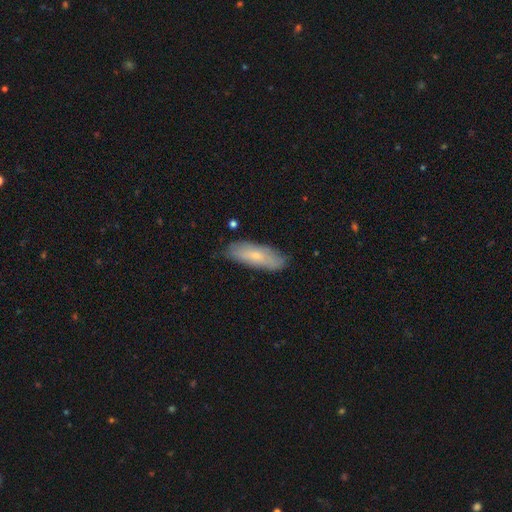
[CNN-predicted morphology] smooth 64%, featured or disk 30%, star or artifact 6%. Down the decision tree: how rounded — in between (60%); merging — none (77%).